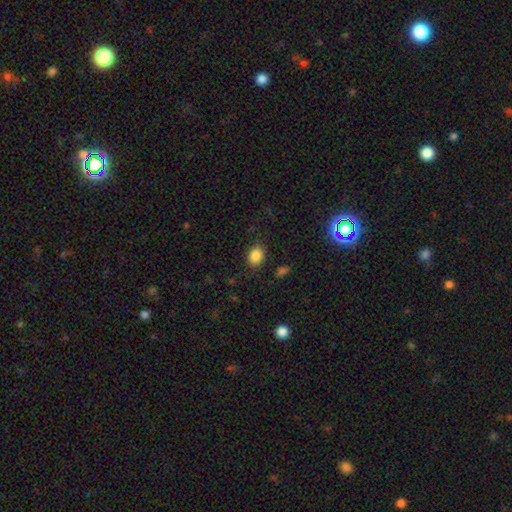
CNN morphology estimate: This is clearly a smooth galaxy (86%). How rounded: possibly in between (57%). Merging: clearly none (83%).